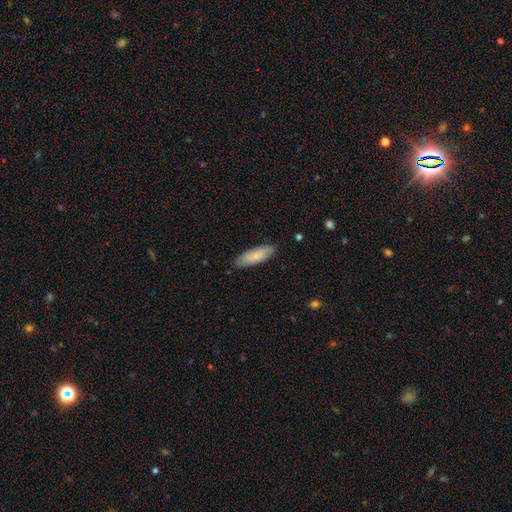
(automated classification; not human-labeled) smooth_or_featured: smooth (p=0.83) [alt: featured or disk p=0.12]
how_rounded: in between (p=0.58) [alt: cigar-shaped p=0.40]
merging: none (p=0.85) [alt: minor disturbance p=0.12]